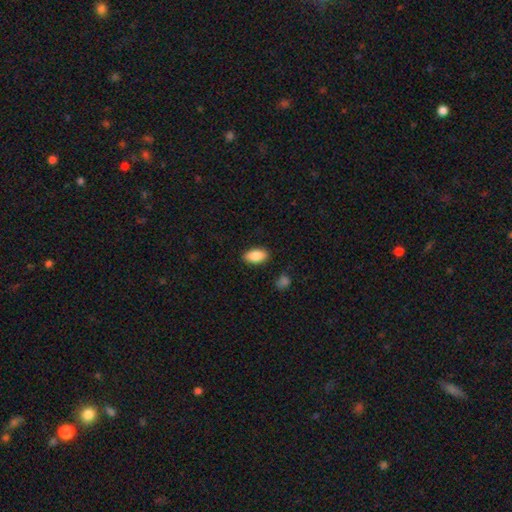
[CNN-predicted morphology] This appears to be a smooth galaxy with no disk features (88%) that is in between round and cigar-shaped (93%). Merging: none (88%).